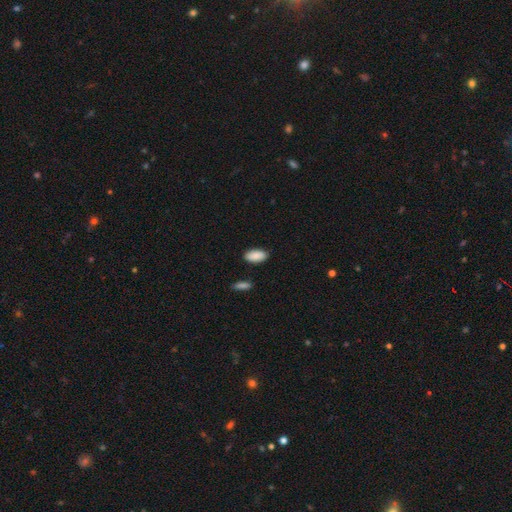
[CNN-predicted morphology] type=smooth (90%); roundness=in between (93%); merging=none (86%).